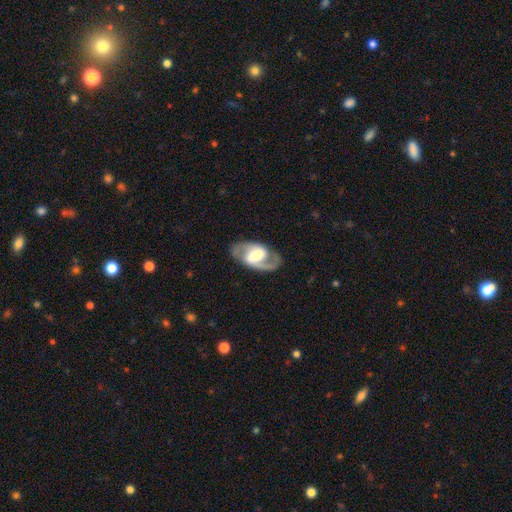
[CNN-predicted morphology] smooth-or-featured: featured or disk: 82% | smooth: 13% | star or artifact: 5%
  disk-edge-on: no: 96% | yes: 4%
    bar: weak: 41% | strong: 39% | no: 20%
    has-spiral-arms: yes: 89% | no: 11%
      spiral-winding: medium: 53% | tight: 25% | loose: 22%
      spiral-arm-count: 2: 90% | can't tell: 4% | 1: 3% | 3: 1% | 4: 1% | more than 4: 1%
    bulge-size: moderate: 41% | large: 32% | small: 19% | none: 4% | dominant: 4%
  merging: none: 81% | minor disturbance: 12% | major disturbance: 6% | merger: 1%